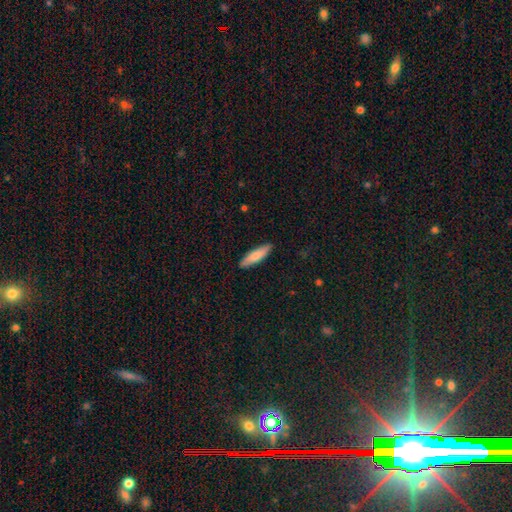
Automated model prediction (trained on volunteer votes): This is likely a smooth galaxy (78%). How rounded: likely cigar-shaped (69%). Merging: clearly none (89%).